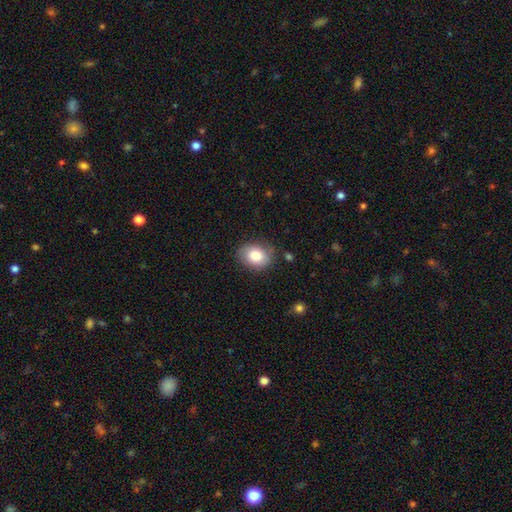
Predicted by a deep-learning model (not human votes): Q: Smooth or featured?
A: smooth (81%); runner-up: featured or disk (11%)
Q: How rounded?
A: in between (62%); runner-up: round (37%)
Q: Merging?
A: none (79%); runner-up: minor disturbance (16%)